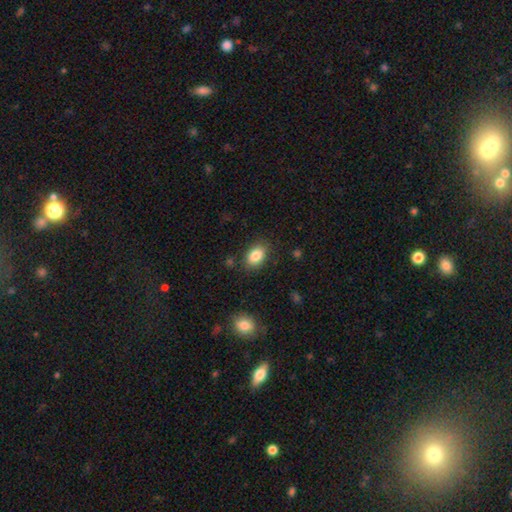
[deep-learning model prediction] This appears to be a smooth galaxy with no disk features (85%) that is in between round and cigar-shaped (83%). Merging: none (83%).